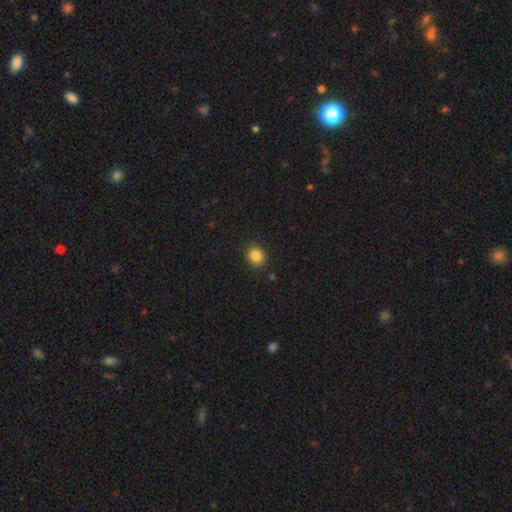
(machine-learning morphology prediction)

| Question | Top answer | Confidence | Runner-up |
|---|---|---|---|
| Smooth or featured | smooth | 86% | star or artifact (10%) |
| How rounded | round | 78% | in between (21%) |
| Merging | none | 89% | minor disturbance (8%) |